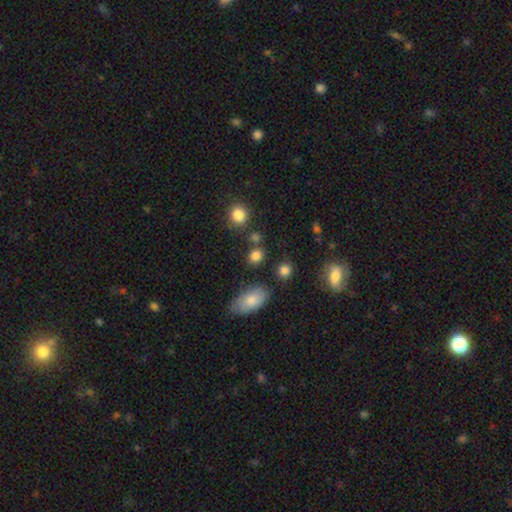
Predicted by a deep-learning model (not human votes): smooth 83%, star or artifact 12%, featured or disk 5%. Down the decision tree: how rounded — round (64%); merging — none (74%).